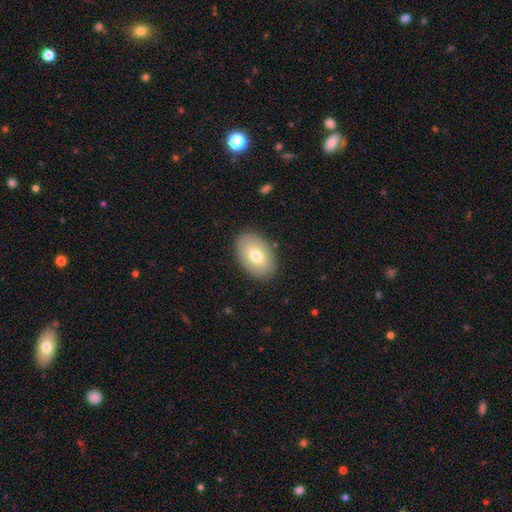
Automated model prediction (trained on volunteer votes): smooth_or_featured: smooth (p=0.71) [alt: featured or disk p=0.22]
how_rounded: in between (p=0.89) [alt: round p=0.10]
merging: none (p=0.87) [alt: minor disturbance p=0.09]